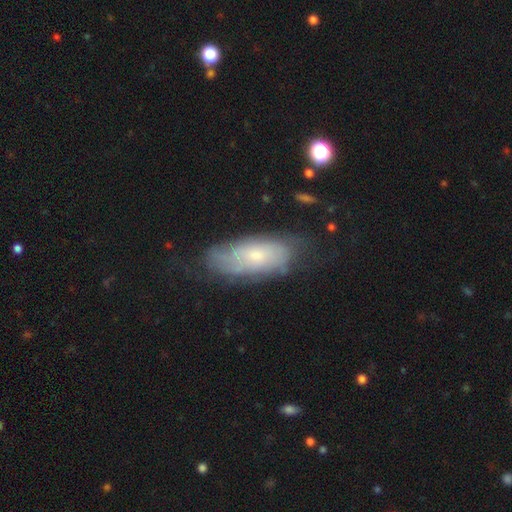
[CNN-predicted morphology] Smooth or featured? Predicted: featured or disk (p=0.53). Edge-on disk? Predicted: no (p=0.87). Merging? Predicted: none (p=0.62).